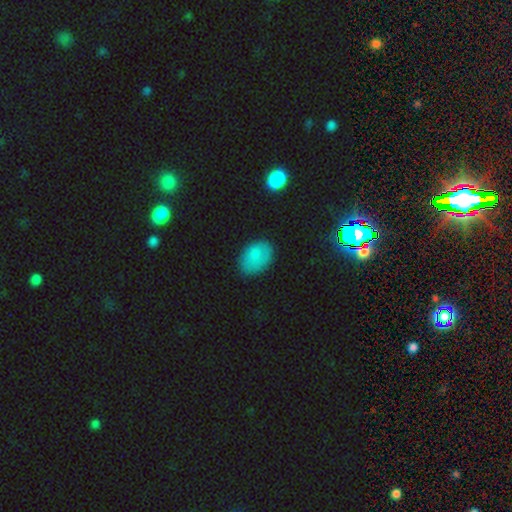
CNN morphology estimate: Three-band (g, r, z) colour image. It shows a smooth galaxy with no disk features (79%) that is in between round and cigar-shaped (84%). Merging: none (73%).